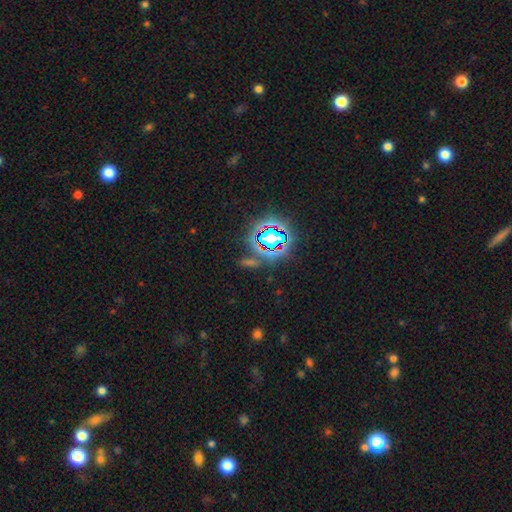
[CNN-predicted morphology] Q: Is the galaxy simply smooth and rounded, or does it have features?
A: star or artifact — 80%.